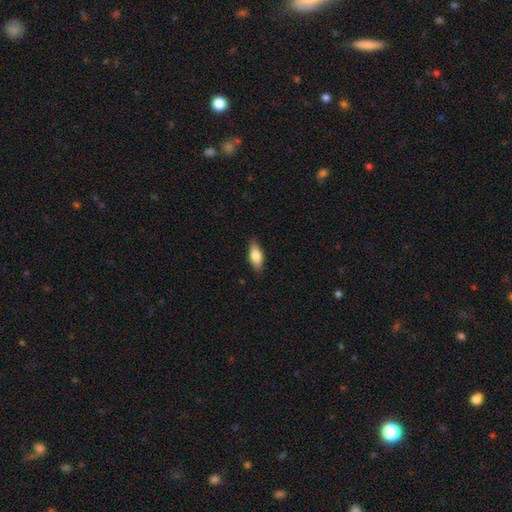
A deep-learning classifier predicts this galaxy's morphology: Q: Smooth or featured?
A: smooth (77%); runner-up: featured or disk (17%)
Q: How rounded?
A: in between (77%); runner-up: cigar-shaped (20%)
Q: Merging?
A: none (87%); runner-up: minor disturbance (10%)